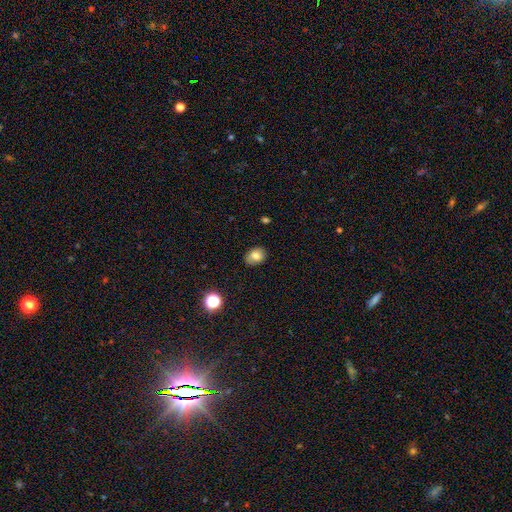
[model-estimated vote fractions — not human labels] A smooth galaxy with no disk features (76%) that is in between round and cigar-shaped (66%).

Vote fractions:
- Smooth or featured? smooth: 76% / featured or disk: 14% / star or artifact: 11%
- How rounded? in between: 66% / round: 33% / cigar-shaped: 1%
- Merging? none: 82% / minor disturbance: 14% / major disturbance: 3% / merger: 1%